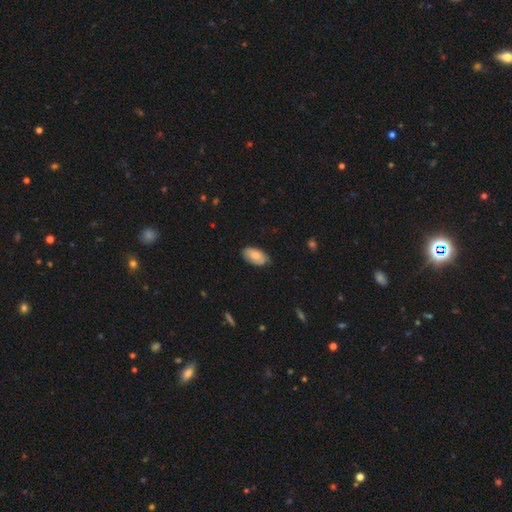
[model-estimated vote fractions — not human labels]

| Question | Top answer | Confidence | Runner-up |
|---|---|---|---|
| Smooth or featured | smooth | 74% | featured or disk (20%) |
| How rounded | in between | 94% | round (4%) |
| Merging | none | 71% | minor disturbance (24%) |